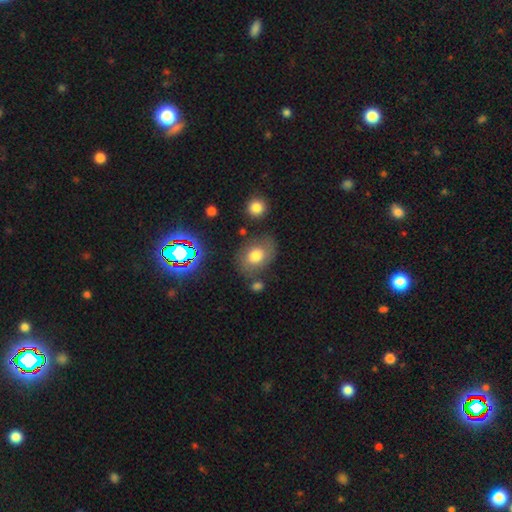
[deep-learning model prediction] A smooth galaxy with no disk features (68%) that is in between round and cigar-shaped (60%).

Vote fractions:
- Smooth or featured? smooth: 68% / featured or disk: 19% / star or artifact: 13%
- How rounded? in between: 60% / round: 39% / cigar-shaped: 1%
- Merging? none: 67% / minor disturbance: 18% / major disturbance: 8% / merger: 7%